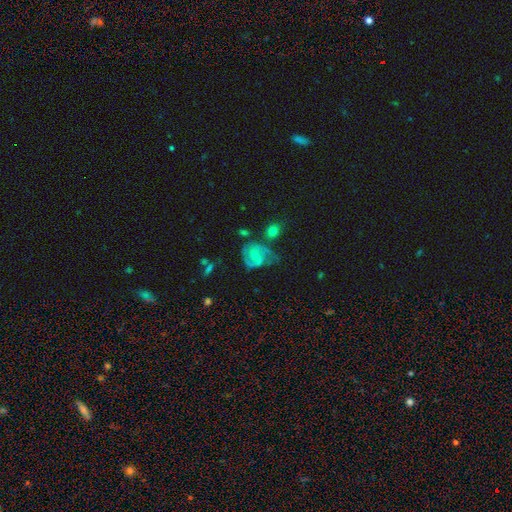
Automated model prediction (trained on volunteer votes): Smooth or featured?
  - featured or disk: 64% *
  - smooth: 27%
  - star or artifact: 9%
Edge-on disk?
  - no: 97% *
  - yes: 3%
Bar?
  - weak: 45% *
  - no: 44%
  - strong: 11%
Spiral arms?
  - yes: 84% *
  - no: 16%
Spiral winding?
  - medium: 45% *
  - tight: 34%
  - loose: 21%
Spiral arm count?
  - 2: 60% *
  - can't tell: 17%
  - 1: 15%
  - 3: 5%
  - 4: 2%
  - more than 4: 2%
Bulge size?
  - small: 43% *
  - moderate: 26%
  - none: 26%
  - large: 4%
  - dominant: 1%
Merging?
  - none: 35% *
  - major disturbance: 29%
  - minor disturbance: 27%
  - merger: 9%